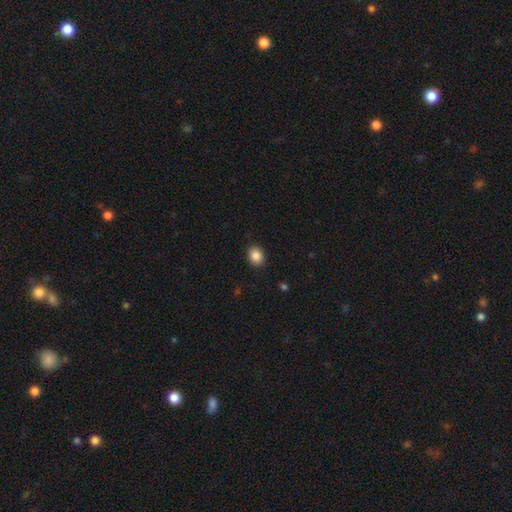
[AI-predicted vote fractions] Morphology: type=smooth (87%); roundness=round (52%); merging=none (90%).